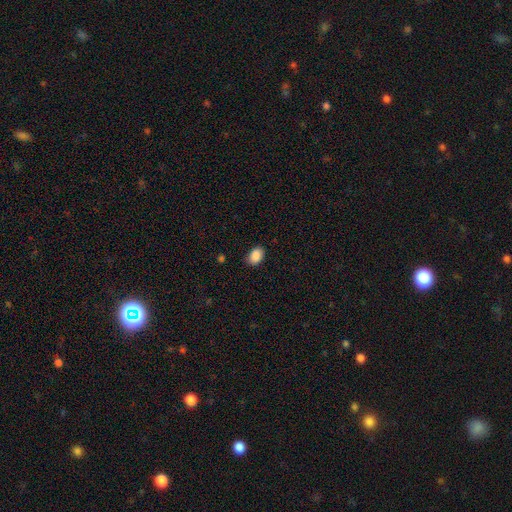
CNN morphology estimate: smooth_or_featured: smooth (p=0.89) [alt: star or artifact p=0.08]
how_rounded: in between (p=0.85) [alt: round p=0.14]
merging: none (p=0.86) [alt: minor disturbance p=0.11]